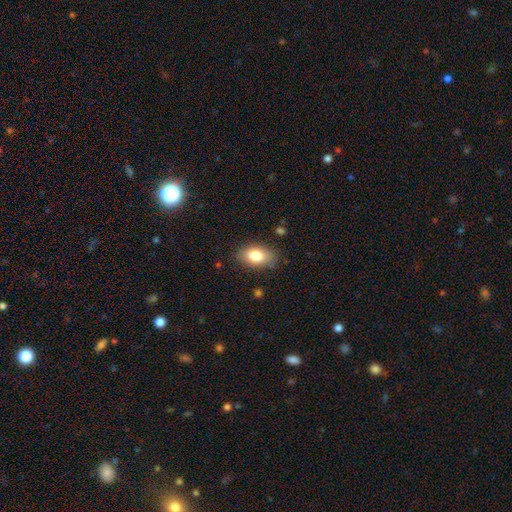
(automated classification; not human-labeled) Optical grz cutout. It shows a smooth galaxy with no disk features (82%) that is in between round and cigar-shaped (90%). Merging: none (83%).